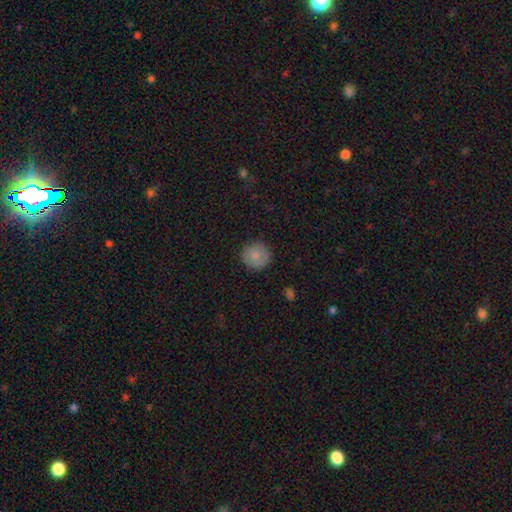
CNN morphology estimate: Smooth or featured: smooth — 84% (star or artifact — 8%)
How rounded: round — 94% (in between — 5%)
Merging: none — 88% (minor disturbance — 8%)